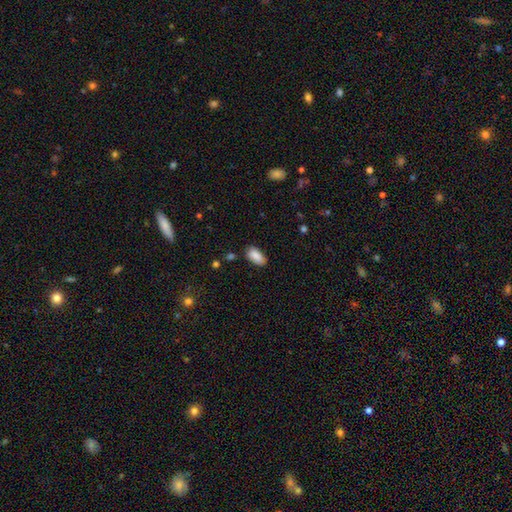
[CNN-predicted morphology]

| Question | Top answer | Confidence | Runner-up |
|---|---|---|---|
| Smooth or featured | smooth | 88% | star or artifact (7%) |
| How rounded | in between | 92% | cigar-shaped (5%) |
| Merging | none | 79% | minor disturbance (16%) |